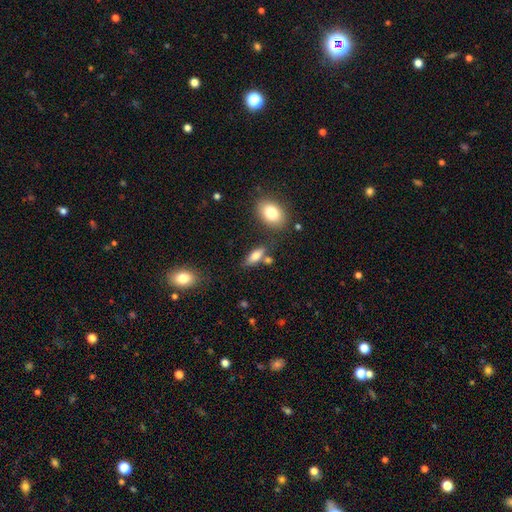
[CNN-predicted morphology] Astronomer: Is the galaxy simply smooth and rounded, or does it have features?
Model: smooth — 74%.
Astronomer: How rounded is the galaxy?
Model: in between — 67%.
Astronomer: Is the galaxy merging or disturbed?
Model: none — 67%.